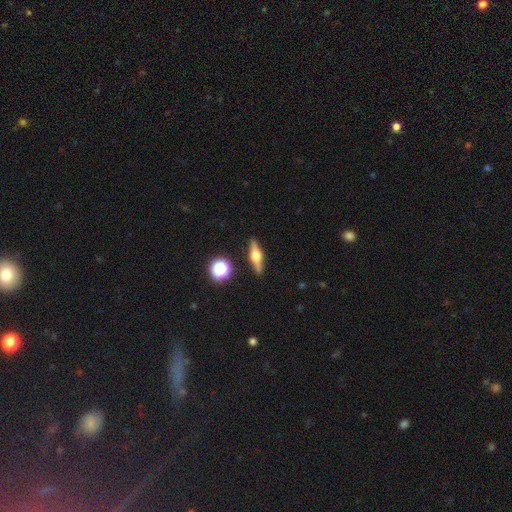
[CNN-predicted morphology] Smooth or featured: featured or disk — 68% (smooth — 24%)
Edge-on disk: yes — 96% (no — 4%)
Edge-on bulge: rounded — 94% (boxy — 4%)
Merging: none — 89% (minor disturbance — 7%)